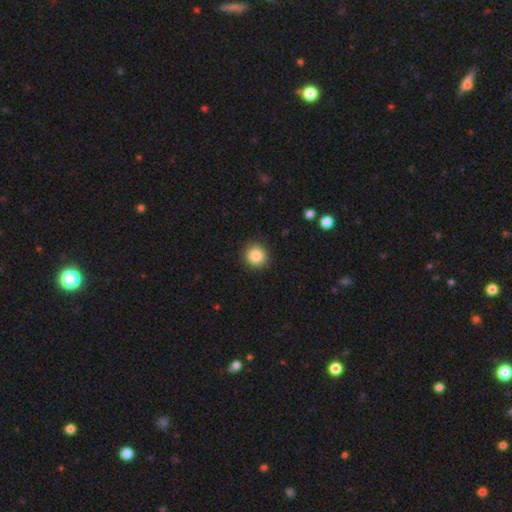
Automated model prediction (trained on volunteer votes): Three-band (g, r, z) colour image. It shows a smooth galaxy with no disk features (86%) that is round (94%). Merging: none (92%).